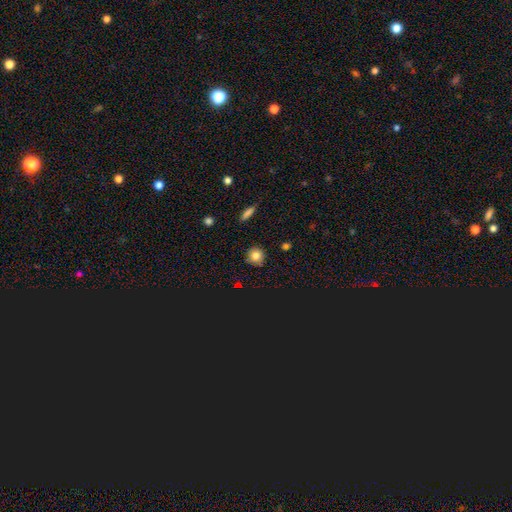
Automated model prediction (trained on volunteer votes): Overall: smooth (77%). How rounded: round (90%). Merging: none (85%).